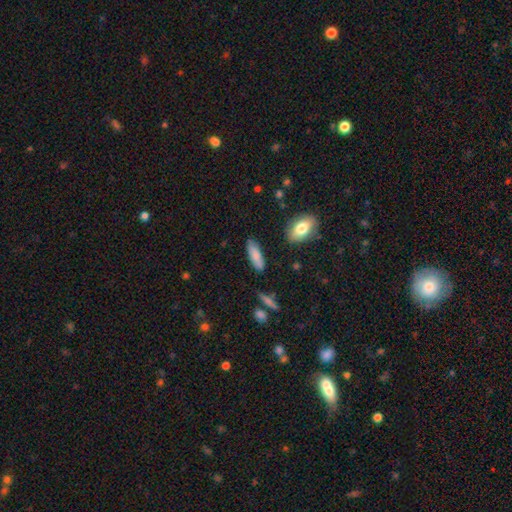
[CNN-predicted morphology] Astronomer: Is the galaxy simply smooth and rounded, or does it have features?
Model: smooth — 82%.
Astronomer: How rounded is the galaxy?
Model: in between — 57% (runner-up: cigar-shaped, 41%).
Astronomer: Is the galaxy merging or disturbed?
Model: none — 83%.